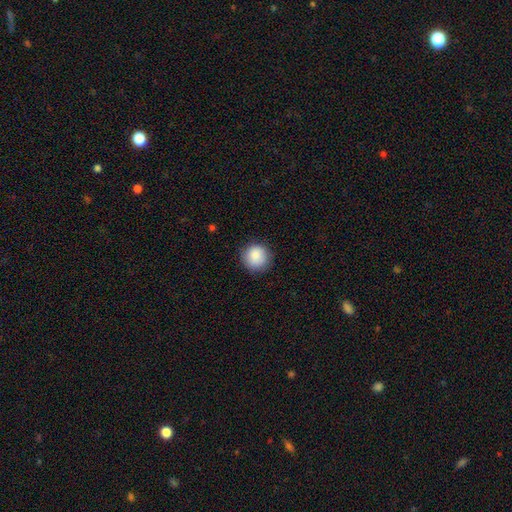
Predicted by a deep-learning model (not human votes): This appears to be a smooth galaxy with no disk features (88%) that is round (93%). Merging: none (88%).